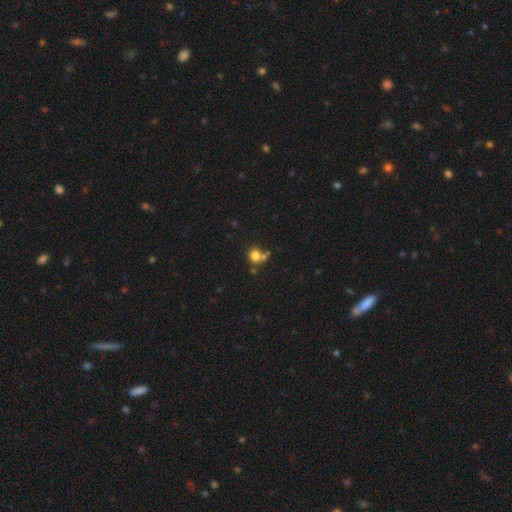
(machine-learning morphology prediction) Q: Smooth or featured?
A: smooth (77%); runner-up: star or artifact (14%)
Q: How rounded?
A: round (87%); runner-up: in between (12%)
Q: Merging?
A: none (58%); runner-up: merger (27%)